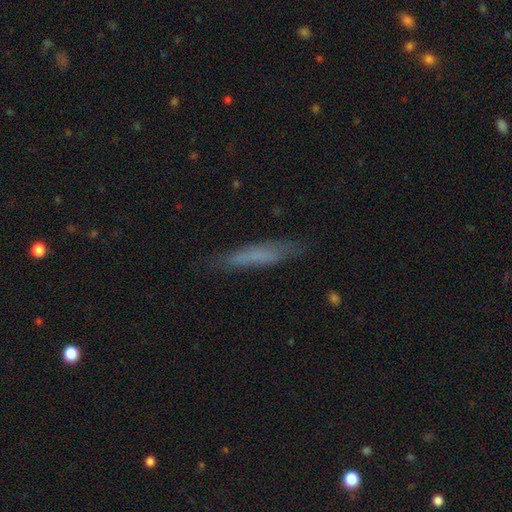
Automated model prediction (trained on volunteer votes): smooth_or_featured: smooth (p=0.62) [alt: featured or disk p=0.29]
how_rounded: cigar-shaped (p=0.90) [alt: in between p=0.08]
merging: none (p=0.81) [alt: minor disturbance p=0.14]